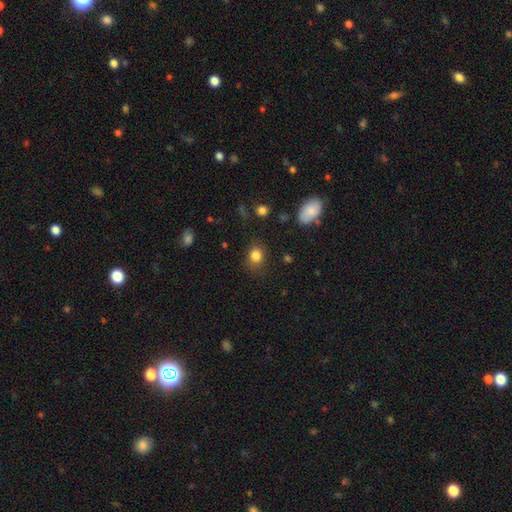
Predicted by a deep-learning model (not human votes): Morphology: type=smooth (83%); roundness=round (55%); merging=none (78%).